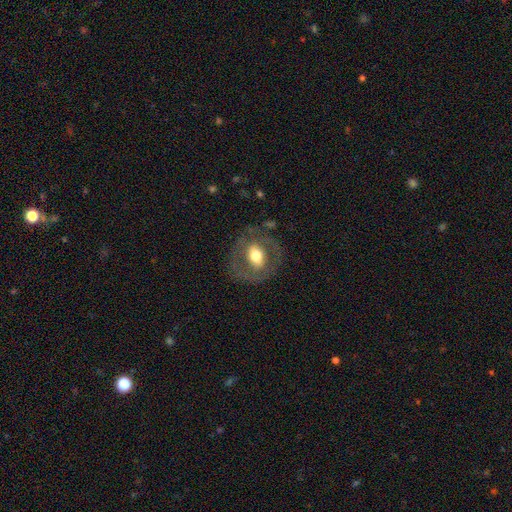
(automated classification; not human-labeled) A featured or disk galaxy (51%).

Vote fractions:
- Smooth or featured? featured or disk: 51% / smooth: 41% / star or artifact: 7%
- Edge-on disk? no: 93% / yes: 7%
- Merging? none: 74% / minor disturbance: 14% / major disturbance: 11% / merger: 1%